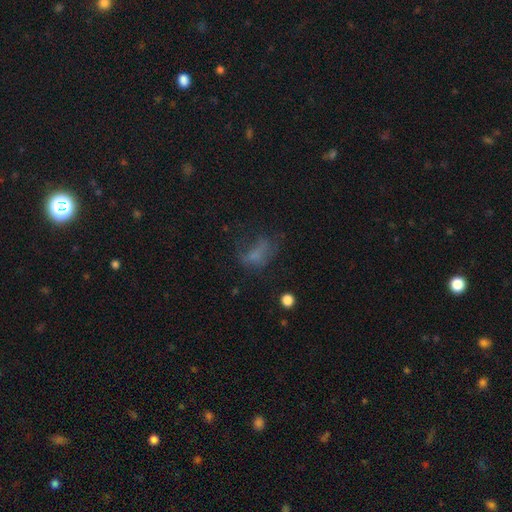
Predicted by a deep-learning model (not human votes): Smooth or featured? smooth (50%)
Merging? major disturbance (41%)